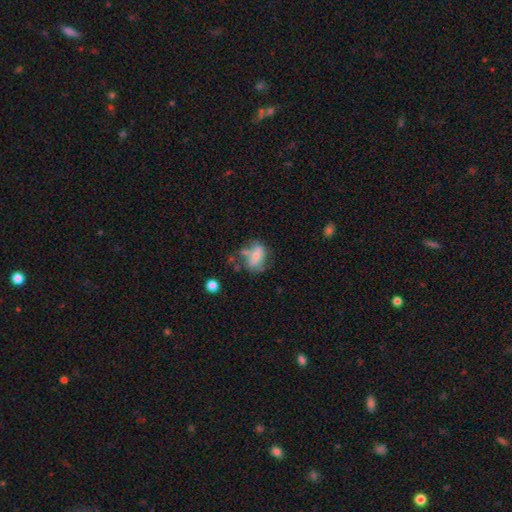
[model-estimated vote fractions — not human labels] Q: Smooth or featured?
A: smooth (52%); runner-up: featured or disk (38%)
Q: How rounded?
A: in between (74%); runner-up: round (23%)
Q: Merging?
A: none (34%); runner-up: minor disturbance (24%)